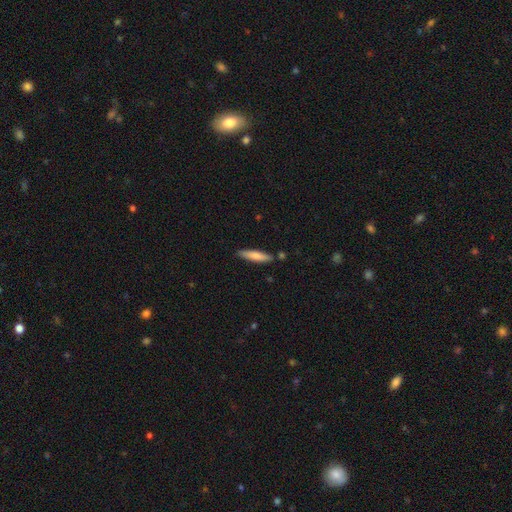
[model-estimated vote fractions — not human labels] This appears to be a smooth galaxy with no disk features (76%) that is cigar-shaped (84%). Merging: none (84%).